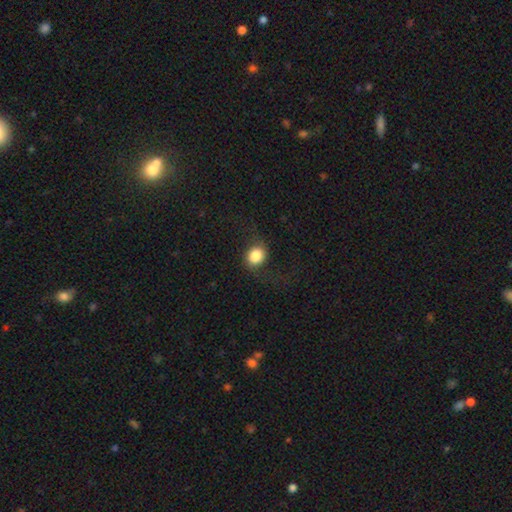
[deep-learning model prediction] Morphology: type=smooth (79%); roundness=round (66%); merging=none (69%).